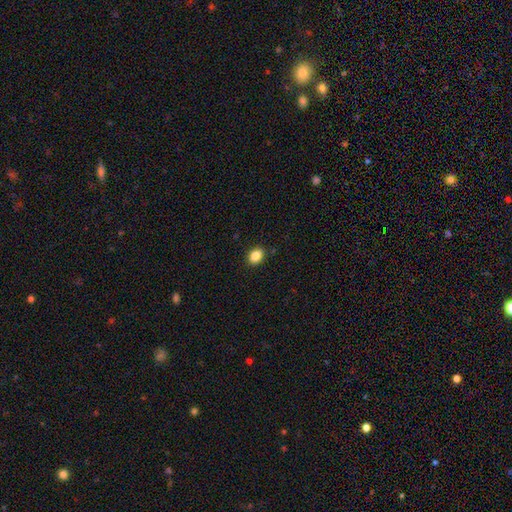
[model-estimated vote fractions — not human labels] A smooth galaxy with no disk features (87%) that is in between round and cigar-shaped (63%).

Vote fractions:
- Smooth or featured? smooth: 87% / star or artifact: 9% / featured or disk: 4%
- How rounded? in between: 63% / round: 36% / cigar-shaped: 1%
- Merging? none: 89% / minor disturbance: 8% / major disturbance: 2% / merger: 1%